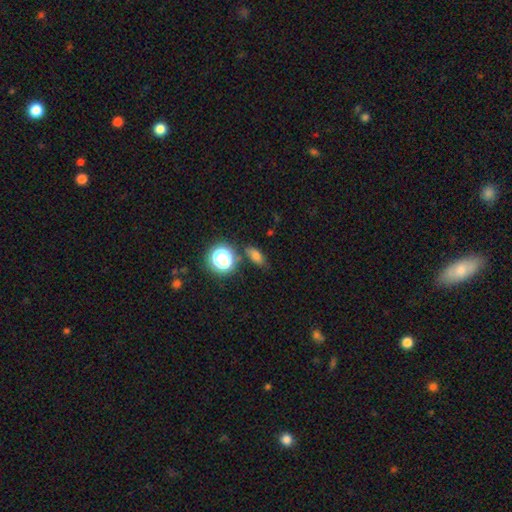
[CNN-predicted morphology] Smooth or featured?
  - smooth: 69% *
  - star or artifact: 21%
  - featured or disk: 11%
How rounded?
  - in between: 72% *
  - round: 19%
  - cigar-shaped: 8%
Merging?
  - none: 76% *
  - minor disturbance: 14%
  - merger: 5%
  - major disturbance: 4%